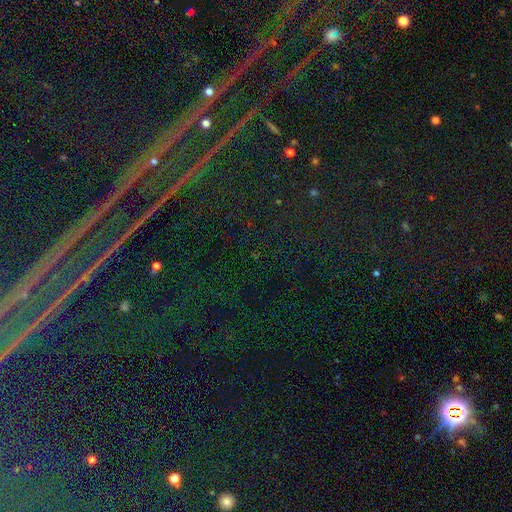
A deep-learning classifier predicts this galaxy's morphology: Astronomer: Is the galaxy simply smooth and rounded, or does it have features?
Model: star or artifact — 86%.